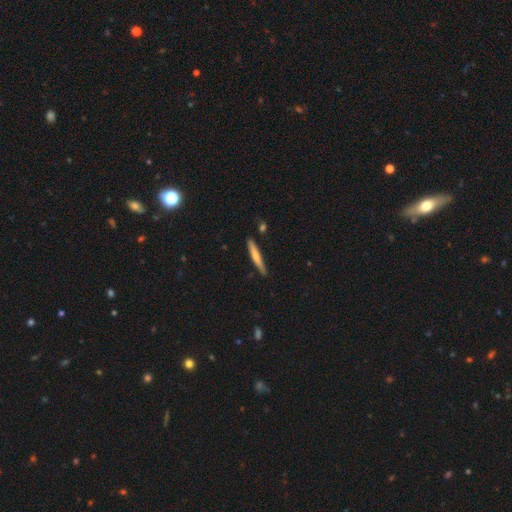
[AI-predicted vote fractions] Smooth or featured? smooth (64%)
How rounded? cigar-shaped (95%)
Merging? none (85%)